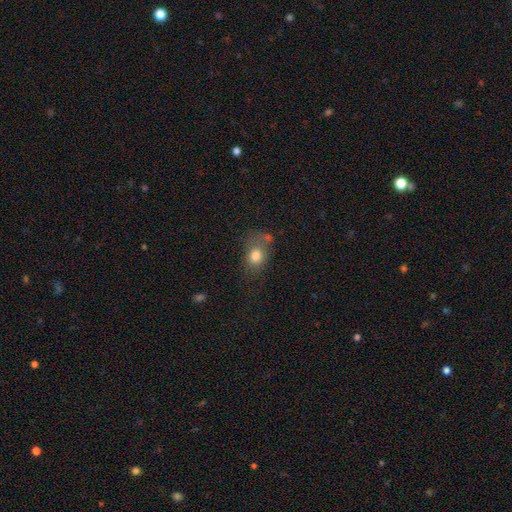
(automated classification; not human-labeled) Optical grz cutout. It shows a smooth galaxy with no disk features (78%) that is in between round and cigar-shaped (58%). Merging: none (49%).